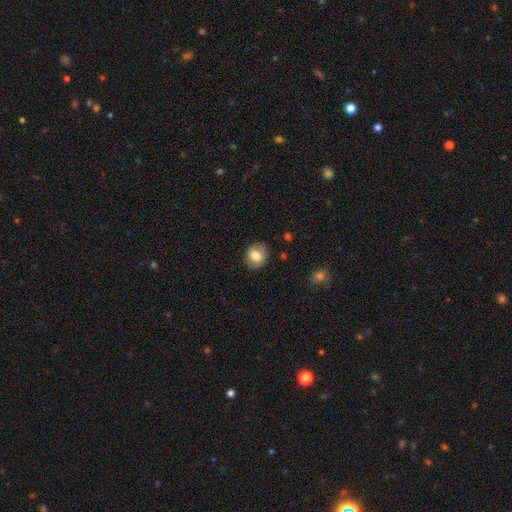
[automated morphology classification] smooth_or_featured: smooth (p=0.78) [alt: featured or disk p=0.13]
how_rounded: round (p=0.76) [alt: in between p=0.23]
merging: none (p=0.87) [alt: minor disturbance p=0.10]